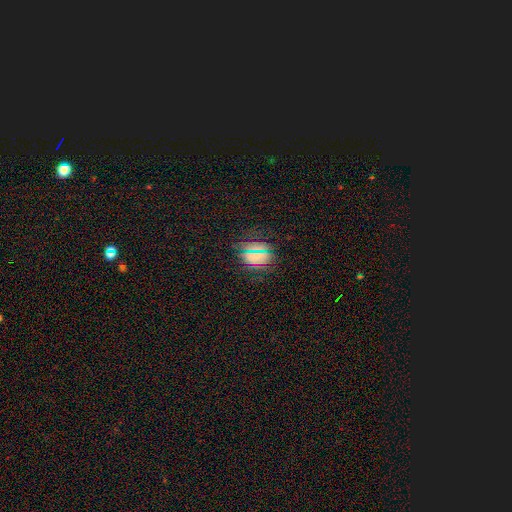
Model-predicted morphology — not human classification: A smooth galaxy with no disk features (60%) that is round (51%).

Vote fractions:
- Smooth or featured? smooth: 60% / star or artifact: 29% / featured or disk: 12%
- How rounded? round: 51% / in between: 45% / cigar-shaped: 3%
- Merging? none: 79% / minor disturbance: 14% / major disturbance: 5% / merger: 2%